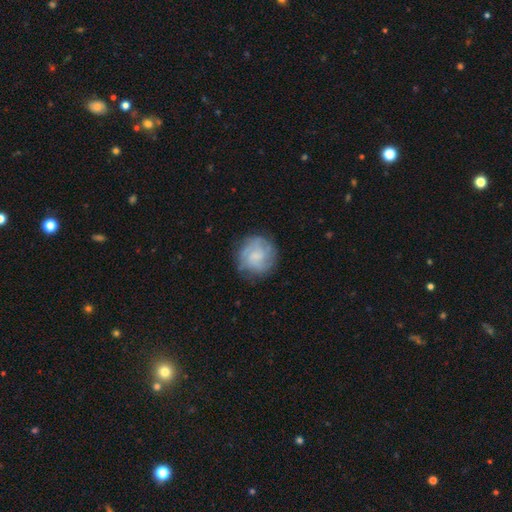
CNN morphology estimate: smooth_or_featured: featured or disk (p=0.50) [alt: smooth p=0.42]
disk_edge_on: no (p=0.98) [alt: yes p=0.02]
merging: none (p=0.76) [alt: minor disturbance p=0.16]